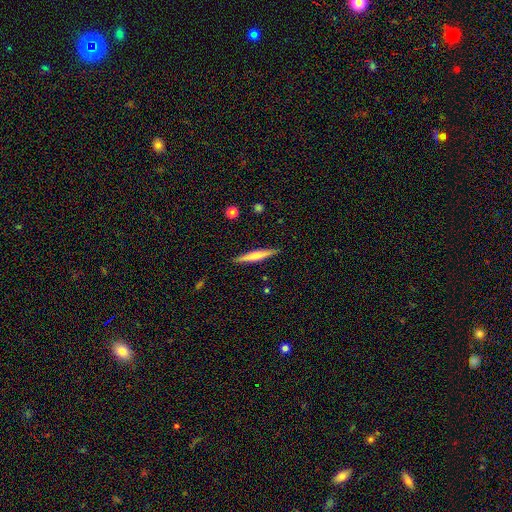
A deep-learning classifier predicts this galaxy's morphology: This is possibly a featured or disk galaxy (51%). It is clearly viewed edge-on (97%). Merging: clearly none (90%).